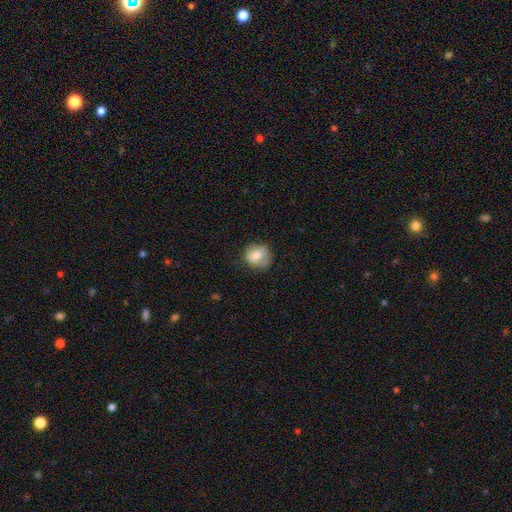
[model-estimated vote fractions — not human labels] Smooth or featured: smooth — 75% (featured or disk — 17%)
How rounded: round — 76% (in between — 23%)
Merging: none — 65% (minor disturbance — 25%)